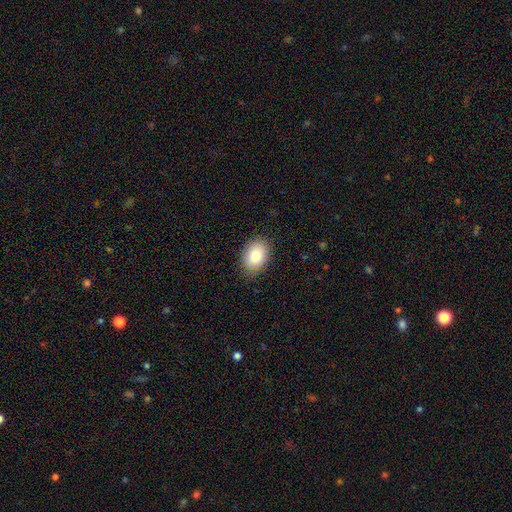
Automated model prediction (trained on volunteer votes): The model was most divided on "how rounded": in between: 83%, round: 16%, cigar-shaped: 1%. More confident: smooth or featured — smooth (86%); merging — none (84%).